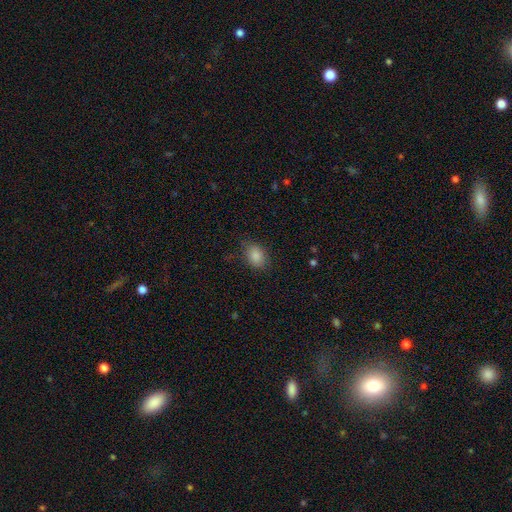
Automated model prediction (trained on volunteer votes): Smooth or featured? smooth (87%)
How rounded? in between (74%)
Merging? none (78%)